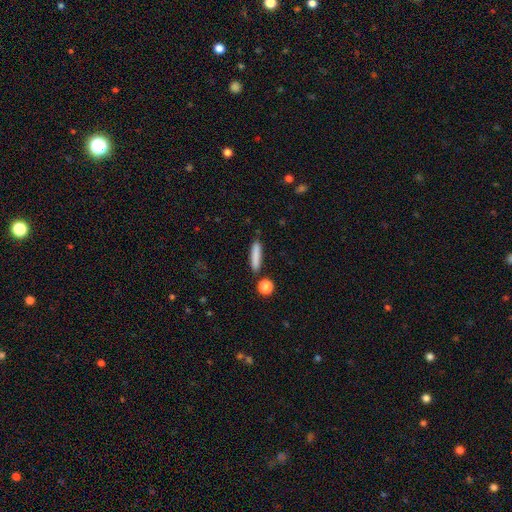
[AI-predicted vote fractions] Smooth or featured: smooth — 83% (featured or disk — 10%)
How rounded: cigar-shaped — 86% (in between — 11%)
Merging: none — 84% (minor disturbance — 9%)